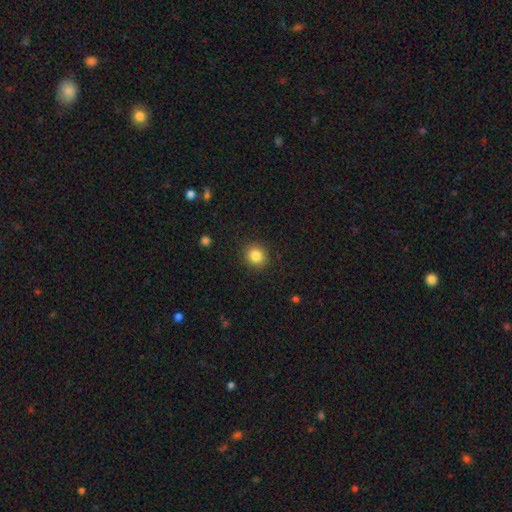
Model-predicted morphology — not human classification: Smooth or featured? Predicted: smooth (p=0.85). How rounded? Predicted: round (p=0.85). Merging? Predicted: none (p=0.90).